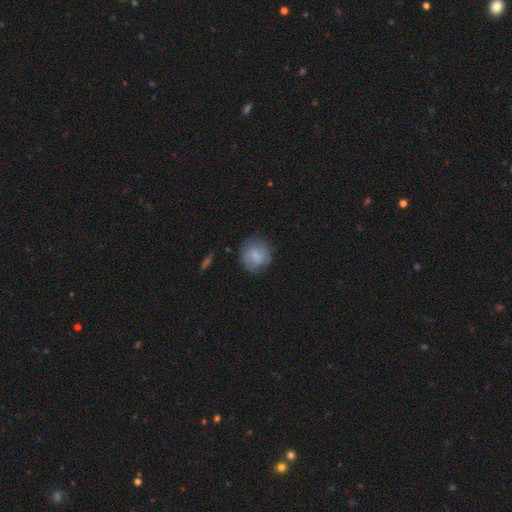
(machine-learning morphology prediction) A smooth galaxy with no disk features (69%) that is round (81%). Merging: none (70%).